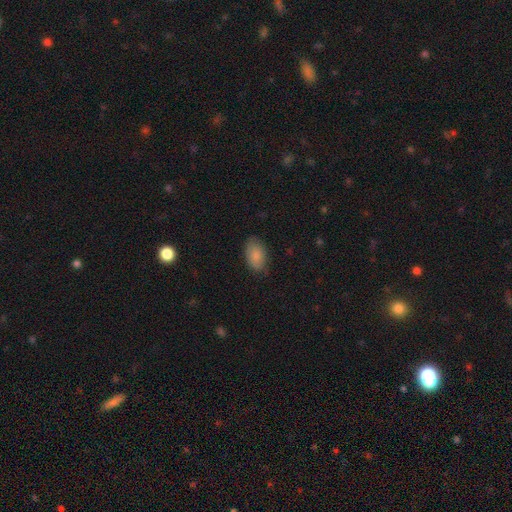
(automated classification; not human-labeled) A smooth galaxy with no disk features (86%) that is in between round and cigar-shaped (93%).

Vote fractions:
- Smooth or featured? smooth: 86% / featured or disk: 8% / star or artifact: 6%
- How rounded? in between: 93% / round: 5% / cigar-shaped: 2%
- Merging? none: 78% / minor disturbance: 17% / major disturbance: 4% / merger: 1%